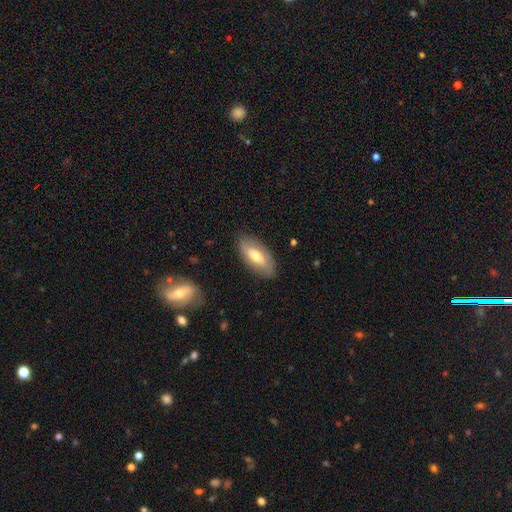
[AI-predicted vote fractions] Q: Smooth or featured?
A: smooth (60%); runner-up: featured or disk (34%)
Q: How rounded?
A: in between (86%); runner-up: cigar-shaped (12%)
Q: Merging?
A: none (82%); runner-up: minor disturbance (13%)